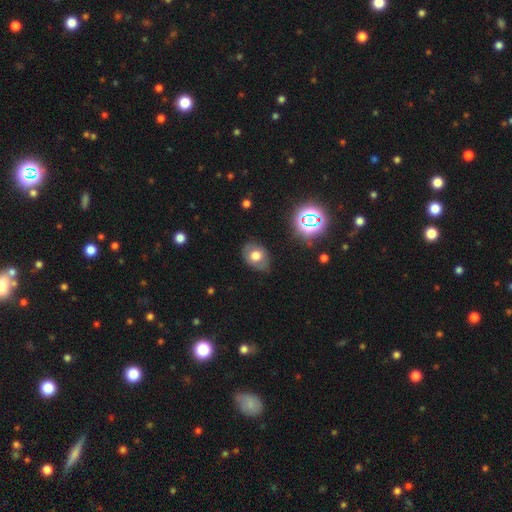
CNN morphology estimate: Overall: smooth (65%). How rounded: in between (61%; round 38%). Merging: none (76%).